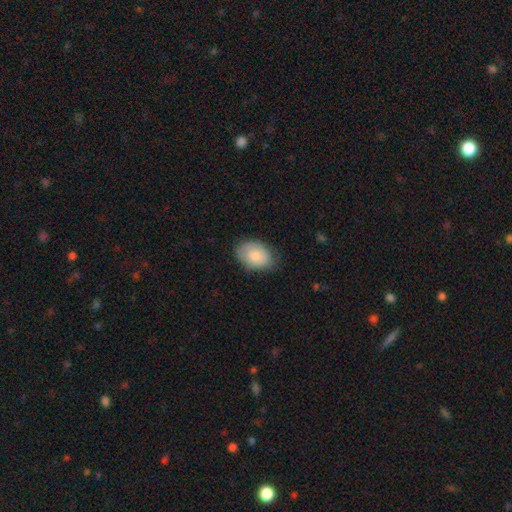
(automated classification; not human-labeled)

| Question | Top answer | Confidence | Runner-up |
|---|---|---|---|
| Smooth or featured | smooth | 80% | featured or disk (14%) |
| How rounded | in between | 83% | round (16%) |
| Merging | none | 72% | minor disturbance (21%) |